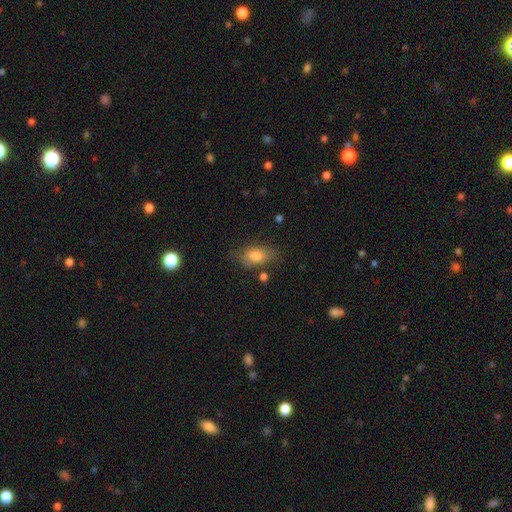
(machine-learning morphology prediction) Smooth or featured? smooth (78%)
How rounded? in between (85%)
Merging? none (68%)